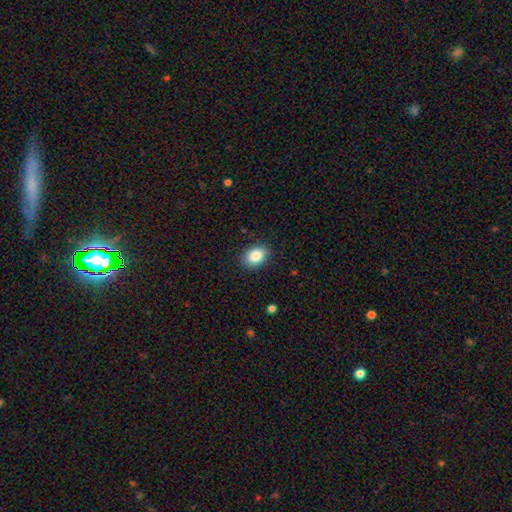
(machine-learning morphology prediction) This is clearly a smooth galaxy (87%). How rounded: likely in between (80%). Merging: clearly none (87%).